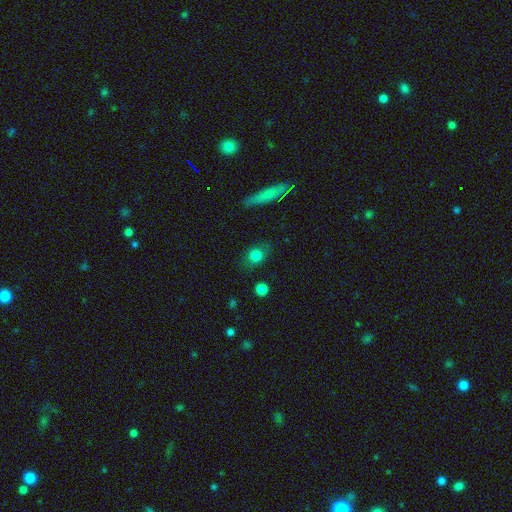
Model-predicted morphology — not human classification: Smooth or featured? Predicted: smooth (p=0.80). How rounded? Predicted: round (p=0.58). Merging? Predicted: none (p=0.79).